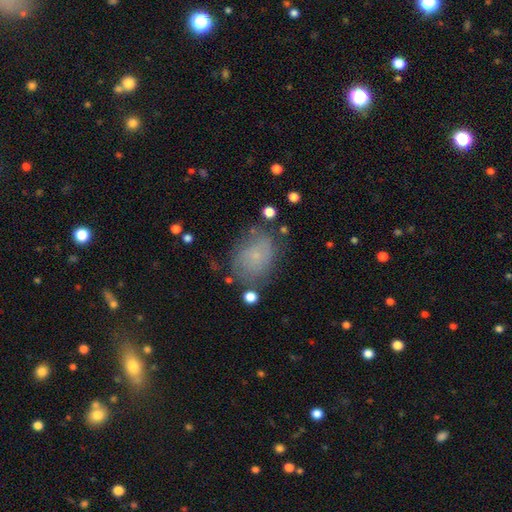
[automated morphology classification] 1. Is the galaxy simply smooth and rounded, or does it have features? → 55% smooth, 27% featured or disk, 17% star or artifact.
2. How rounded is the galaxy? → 62% in between, 36% round, 2% cigar-shaped.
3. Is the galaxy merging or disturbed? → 68% none, 19% minor disturbance, 8% major disturbance, 4% merger.